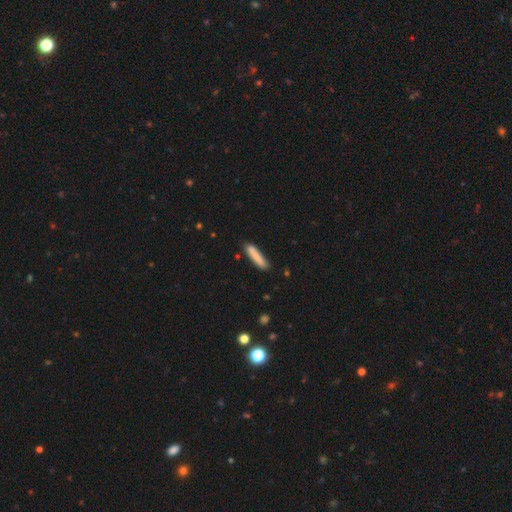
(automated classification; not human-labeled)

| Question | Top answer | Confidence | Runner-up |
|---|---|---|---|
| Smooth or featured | smooth | 81% | featured or disk (13%) |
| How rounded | cigar-shaped | 87% | in between (12%) |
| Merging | none | 79% | minor disturbance (15%) |